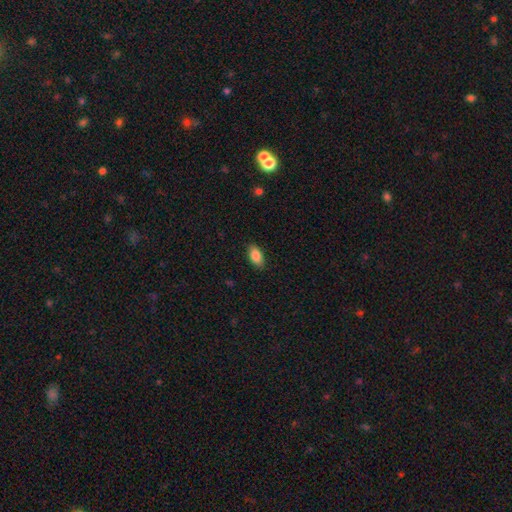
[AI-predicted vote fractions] Q: Smooth or featured?
A: smooth (87%); runner-up: star or artifact (7%)
Q: How rounded?
A: in between (93%); runner-up: round (4%)
Q: Merging?
A: none (88%); runner-up: minor disturbance (9%)